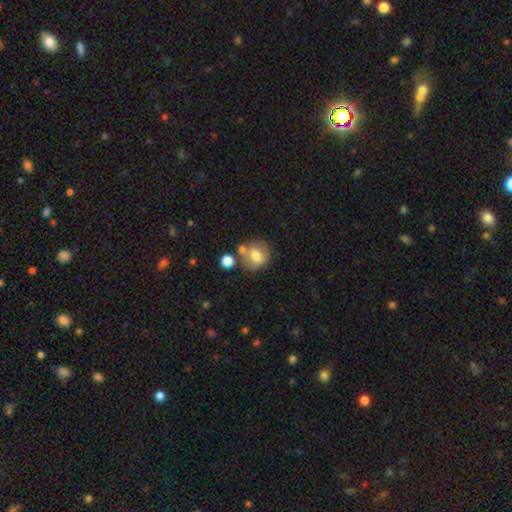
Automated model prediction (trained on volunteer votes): A smooth galaxy with no disk features (71%) that is round (80%).

Vote fractions:
- Smooth or featured? smooth: 71% / featured or disk: 20% / star or artifact: 9%
- How rounded? round: 80% / in between: 19% / cigar-shaped: 1%
- Merging? none: 55% / merger: 22% / minor disturbance: 16% / major disturbance: 6%